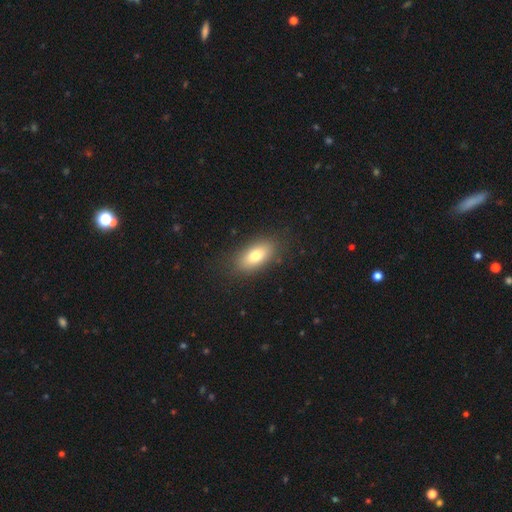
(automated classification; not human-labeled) The model was most divided on "smooth or featured": smooth: 77%, featured or disk: 15%, star or artifact: 8%. More confident: how rounded — in between (88%); merging — none (84%).